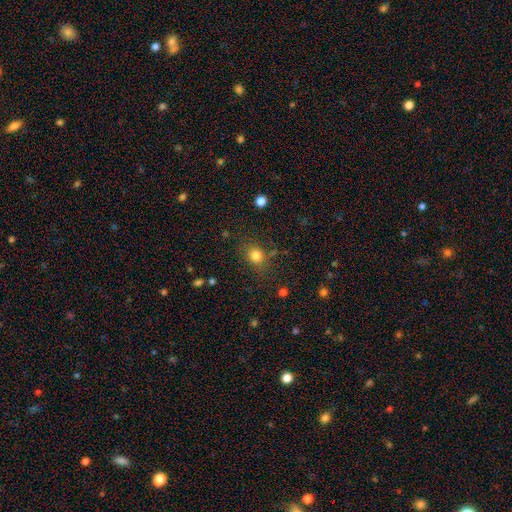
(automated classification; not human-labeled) smooth 80%, star or artifact 13%, featured or disk 7%. Down the decision tree: how rounded — round (61%); merging — none (77%).